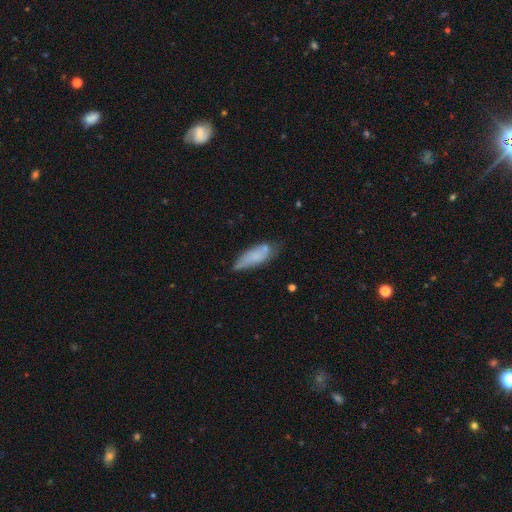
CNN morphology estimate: Smooth or featured? Predicted: smooth (p=0.70). How rounded? Predicted: in between (p=0.56). Merging? Predicted: none (p=0.55).